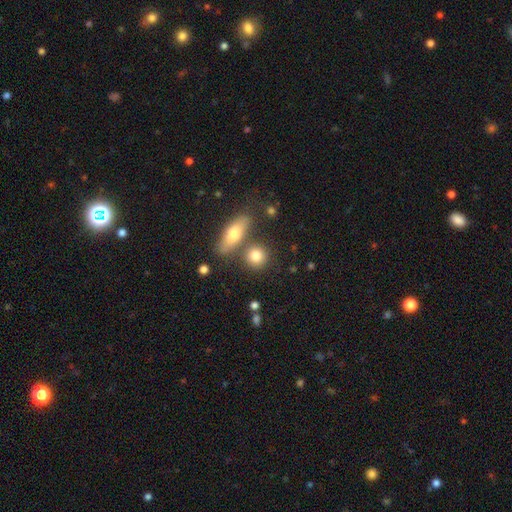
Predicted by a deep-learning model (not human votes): Q: Smooth or featured?
A: smooth (80%); runner-up: featured or disk (11%)
Q: How rounded?
A: round (74%); runner-up: in between (21%)
Q: Merging?
A: none (69%); runner-up: merger (18%)